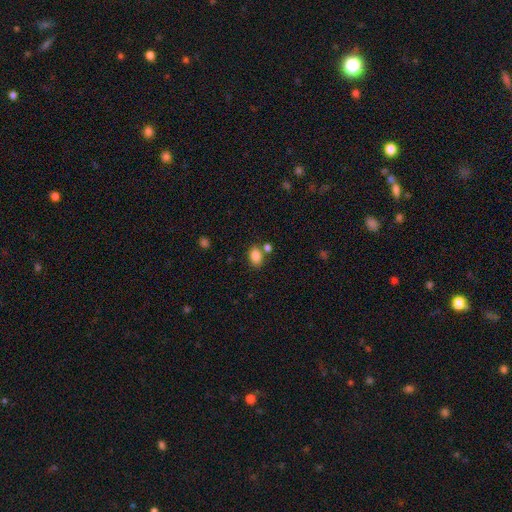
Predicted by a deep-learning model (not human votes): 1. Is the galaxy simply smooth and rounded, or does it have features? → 86% smooth, 9% star or artifact, 5% featured or disk.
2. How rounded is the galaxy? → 81% in between, 18% round, 1% cigar-shaped.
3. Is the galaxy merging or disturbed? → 67% none, 18% merger, 12% minor disturbance, 4% major disturbance.